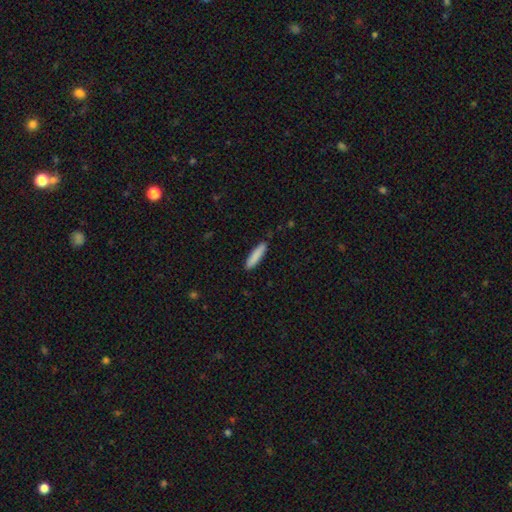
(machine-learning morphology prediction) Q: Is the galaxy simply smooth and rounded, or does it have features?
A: smooth — 86%.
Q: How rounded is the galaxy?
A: cigar-shaped — 82%.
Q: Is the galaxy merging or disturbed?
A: none — 88%.